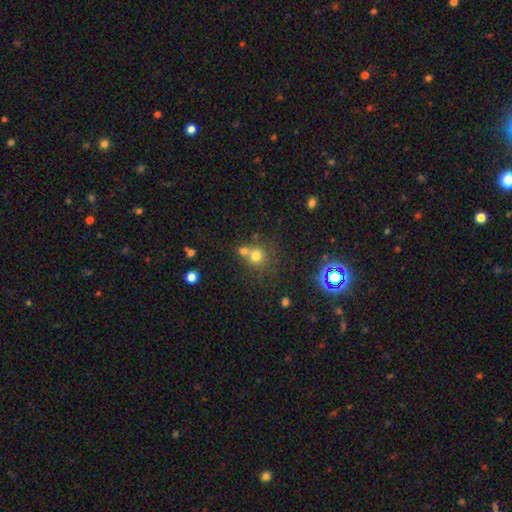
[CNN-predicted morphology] Smooth or featured: smooth — 72% (star or artifact — 17%)
How rounded: round — 87% (in between — 12%)
Merging: none — 49% (merger — 39%)